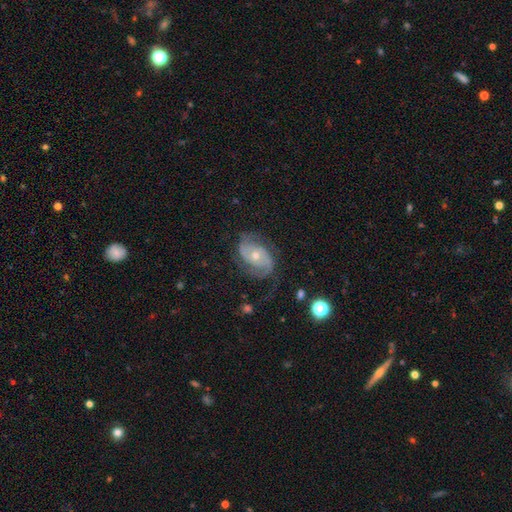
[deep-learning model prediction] Smooth or featured? Predicted: featured or disk (p=0.84). Edge-on disk? Predicted: no (p=0.97). Bar? Predicted: no (p=0.65). Spiral arms? Predicted: yes (p=0.95). Spiral winding? Predicted: medium (p=0.45). Spiral arm count? Predicted: 2 (p=0.80). Bulge size? Predicted: moderate (p=0.51). Merging? Predicted: none (p=0.67).